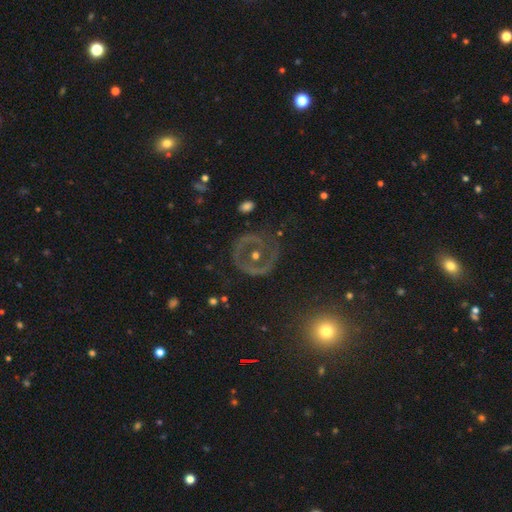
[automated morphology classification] This appears to be a featured or disk galaxy (62%) with no bar (74%), no spiral arms (74%) and a moderate central bulge (62%). Merging: none (70%).